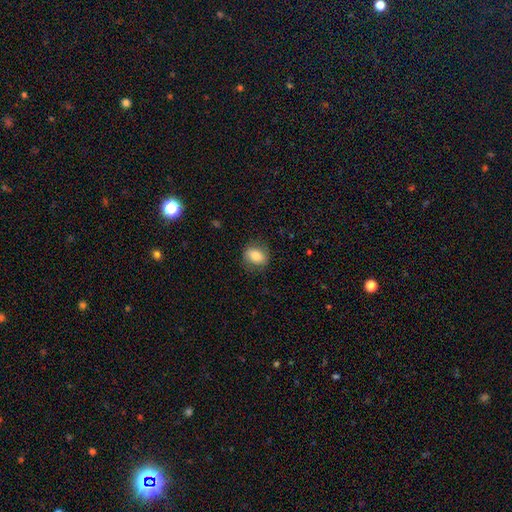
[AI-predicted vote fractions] A smooth galaxy with no disk features (76%) that is in between round and cigar-shaped (54%). Merging: none (81%).